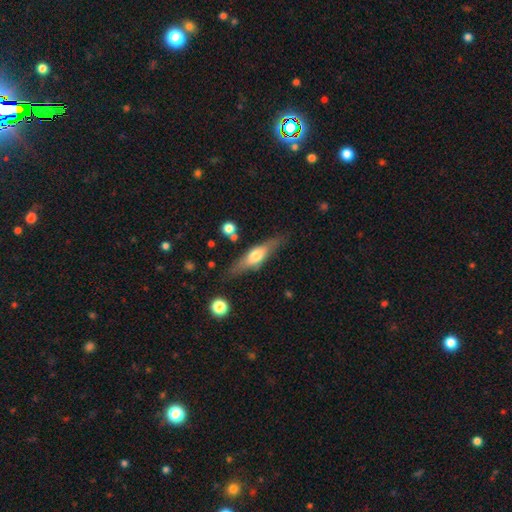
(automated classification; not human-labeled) Smooth or featured? Predicted: featured or disk (p=0.50). Edge-on disk? Predicted: yes (p=0.85). Merging? Predicted: none (p=0.78).